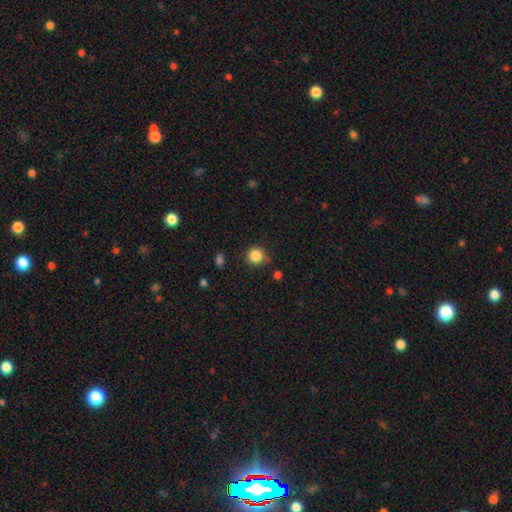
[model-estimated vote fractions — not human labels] Morphology: type=smooth (86%); roundness=round (93%); merging=none (84%).